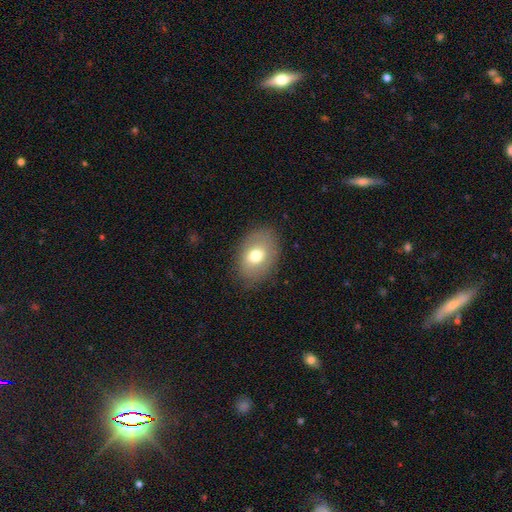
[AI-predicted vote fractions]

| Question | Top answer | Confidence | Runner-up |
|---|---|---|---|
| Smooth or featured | smooth | 71% | featured or disk (20%) |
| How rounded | in between | 78% | round (21%) |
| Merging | none | 82% | minor disturbance (13%) |